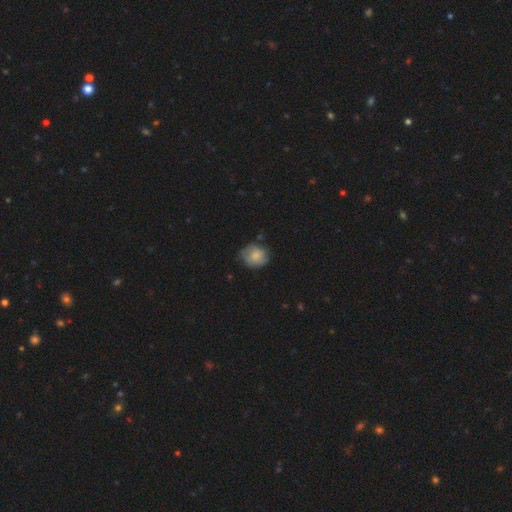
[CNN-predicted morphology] smooth 69%, featured or disk 23%, star or artifact 7%. Down the decision tree: how rounded — round (73%); merging — none (66%).